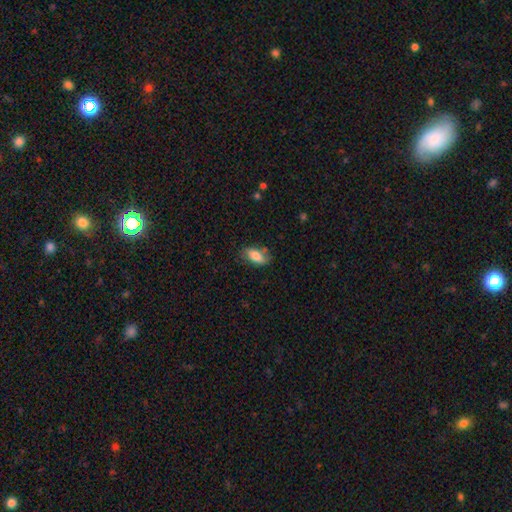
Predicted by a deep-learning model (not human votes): The model was most divided on "merging": none: 67%, minor disturbance: 23%, major disturbance: 6%, merger: 3%. More confident: how rounded — in between (87%); smooth or featured — smooth (76%).